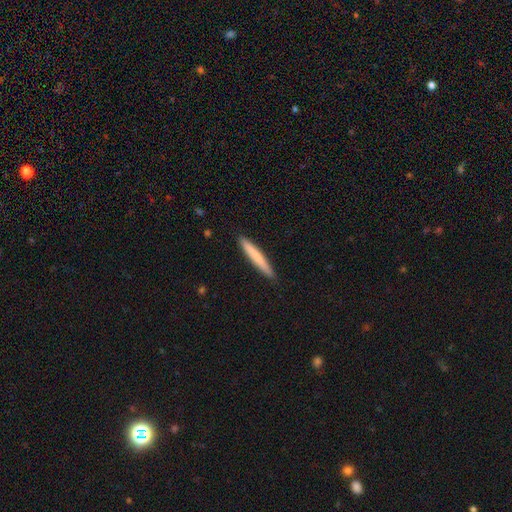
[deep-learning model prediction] Smooth or featured?
  - smooth: 74% *
  - featured or disk: 21%
  - star or artifact: 5%
How rounded?
  - cigar-shaped: 96% *
  - in between: 3%
  - round: 1%
Merging?
  - none: 90% *
  - minor disturbance: 7%
  - major disturbance: 1%
  - merger: 1%